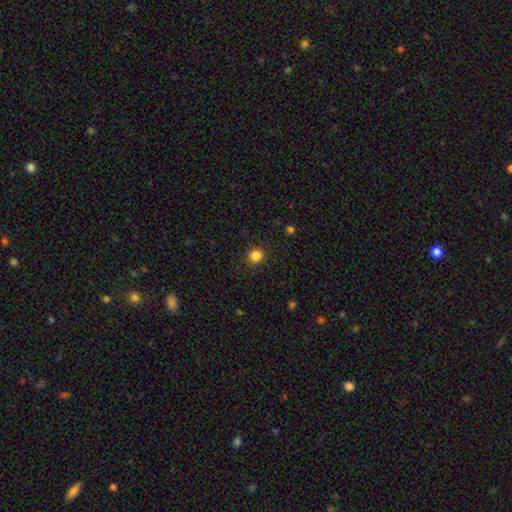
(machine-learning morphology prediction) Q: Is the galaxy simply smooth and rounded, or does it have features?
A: smooth — 85%.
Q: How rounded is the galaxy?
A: round — 86%.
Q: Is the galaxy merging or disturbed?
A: none — 91%.